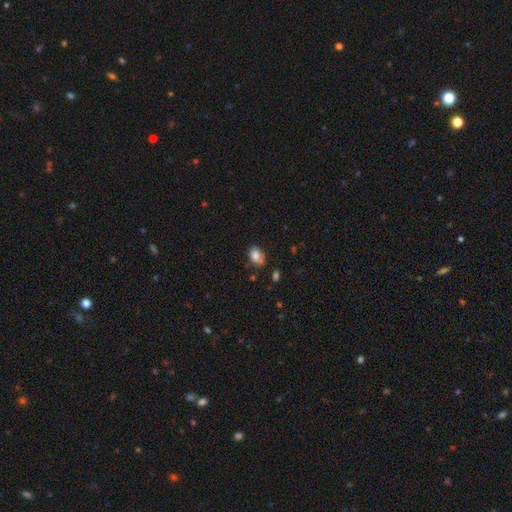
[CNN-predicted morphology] Smooth or featured?
  - smooth: 80% *
  - featured or disk: 11%
  - star or artifact: 9%
How rounded?
  - in between: 75% *
  - round: 23%
  - cigar-shaped: 1%
Merging?
  - none: 62% *
  - minor disturbance: 24%
  - merger: 8%
  - major disturbance: 6%